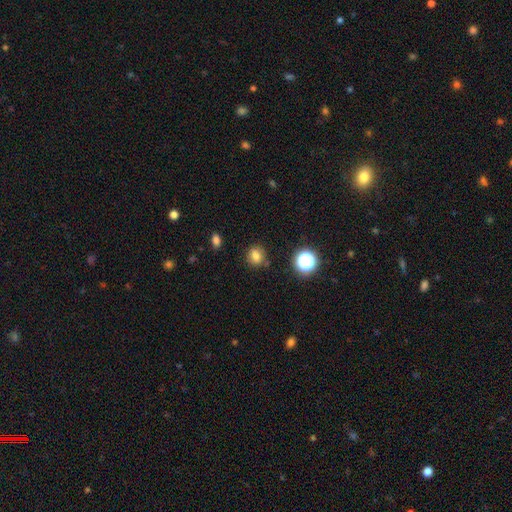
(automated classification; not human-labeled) Smooth or featured? smooth (77%)
How rounded? round (69%)
Merging? none (83%)